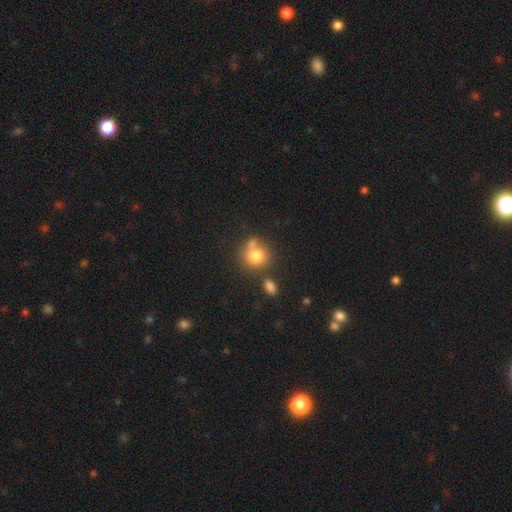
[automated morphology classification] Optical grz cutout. It shows a smooth galaxy with no disk features (78%) that is round (83%). Merging: none (53%).